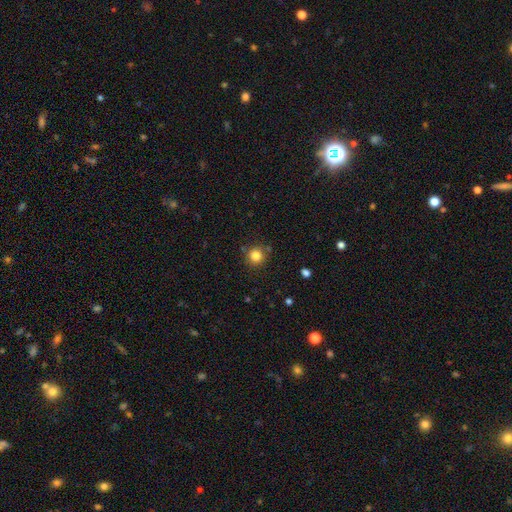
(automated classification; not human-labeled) Smooth or featured? Predicted: smooth (p=0.83). How rounded? Predicted: round (p=0.94). Merging? Predicted: none (p=0.85).